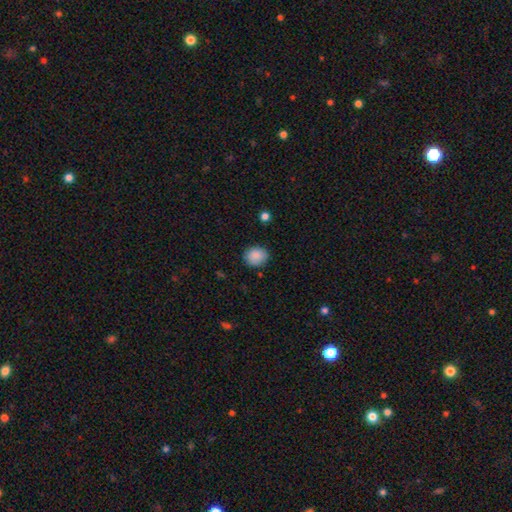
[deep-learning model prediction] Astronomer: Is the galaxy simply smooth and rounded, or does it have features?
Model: smooth — 88%.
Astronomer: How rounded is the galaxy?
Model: round — 72%.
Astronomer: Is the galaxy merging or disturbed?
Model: none — 85%.